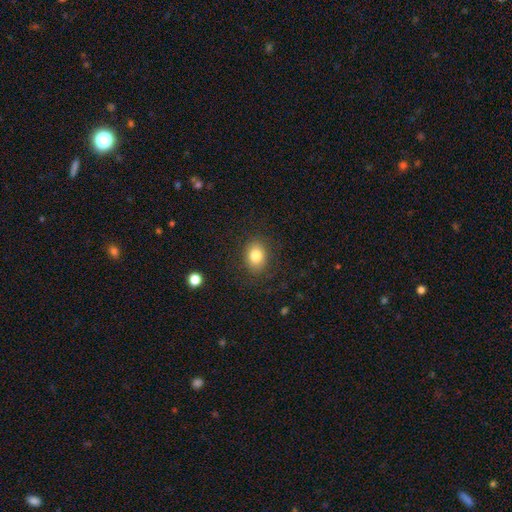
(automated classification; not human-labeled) Morphology: type=smooth (82%); roundness=in between (55%); merging=none (85%).